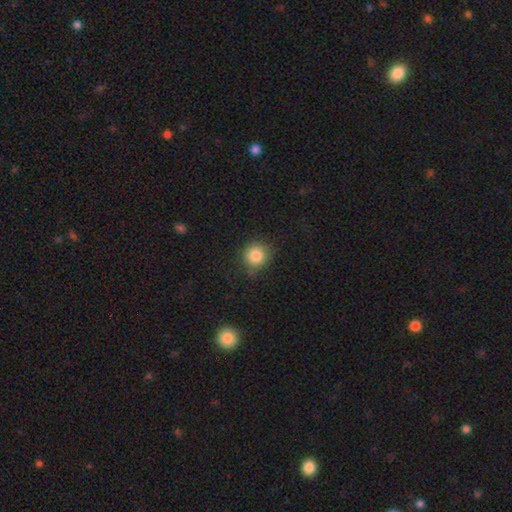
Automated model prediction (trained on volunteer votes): Smooth or featured: smooth — 85% (star or artifact — 10%)
How rounded: round — 89% (in between — 10%)
Merging: none — 76% (minor disturbance — 17%)